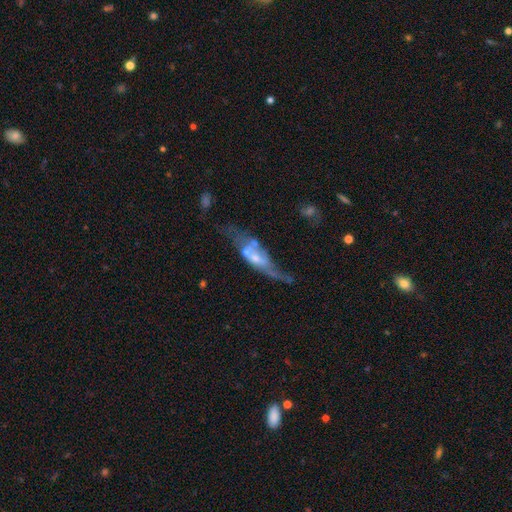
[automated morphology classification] type=featured or disk (68%); edge-on=no (71%); merging=none (31%).